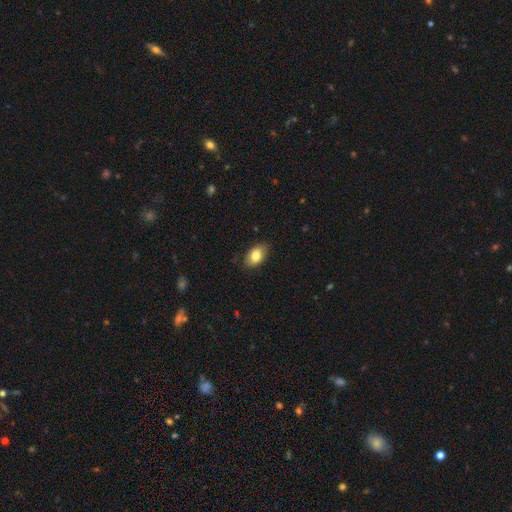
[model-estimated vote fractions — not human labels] Smooth or featured?
  - smooth: 81% *
  - featured or disk: 11%
  - star or artifact: 7%
How rounded?
  - in between: 90% *
  - round: 8%
  - cigar-shaped: 2%
Merging?
  - none: 84% *
  - minor disturbance: 13%
  - major disturbance: 2%
  - merger: 1%